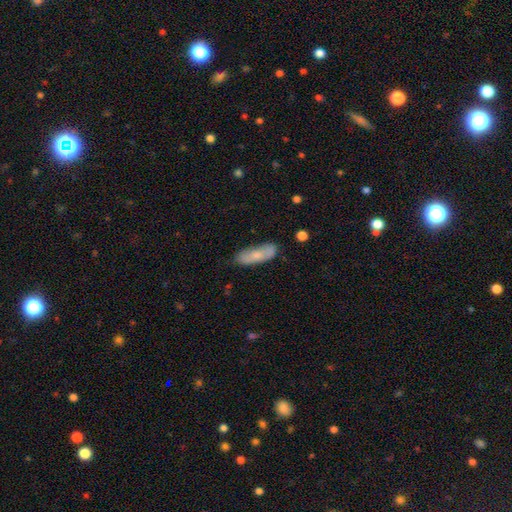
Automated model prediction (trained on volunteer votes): Overall: smooth (73%). How rounded: in between (59%; cigar-shaped 39%). Merging: none (71%).